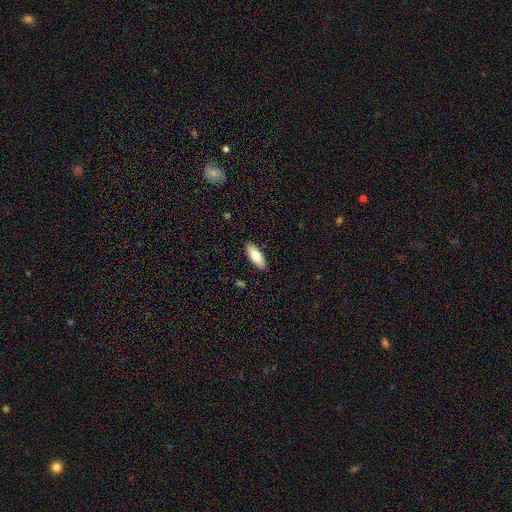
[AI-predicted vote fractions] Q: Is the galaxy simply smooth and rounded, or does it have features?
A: smooth — 77%.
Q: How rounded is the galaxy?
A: in between — 76%.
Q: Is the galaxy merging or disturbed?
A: none — 89%.